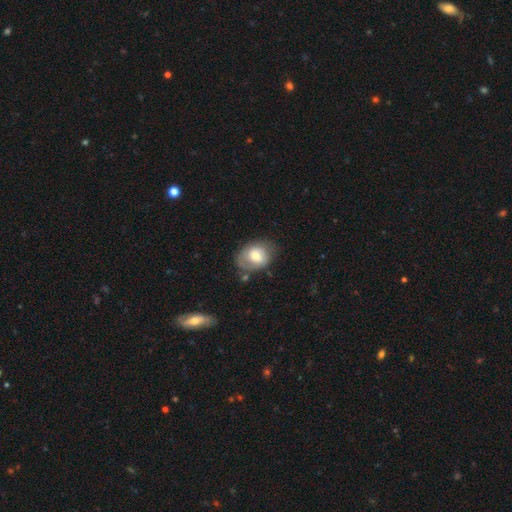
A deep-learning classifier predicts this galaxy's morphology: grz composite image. It shows a smooth galaxy with no disk features (62%) that is in between round and cigar-shaped (58%). Merging: none (59%).